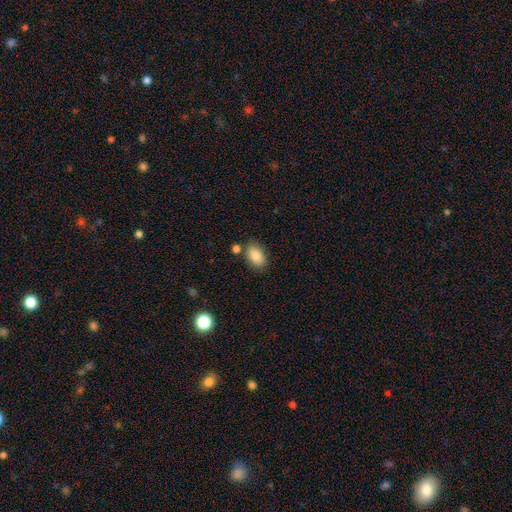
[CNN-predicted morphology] type=smooth (86%); roundness=in between (90%); merging=none (77%).